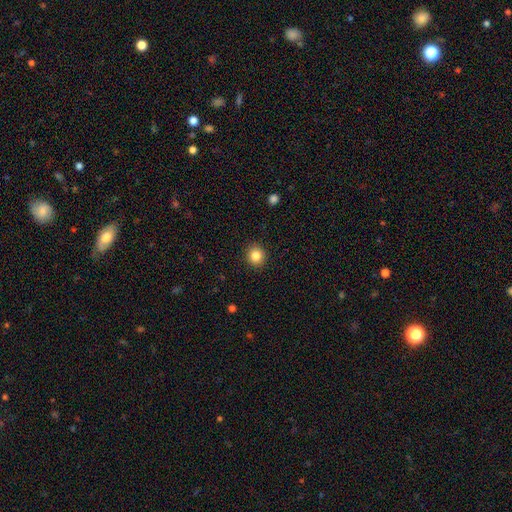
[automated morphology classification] The model was most divided on "smooth or featured": smooth: 84%, star or artifact: 11%, featured or disk: 5%. More confident: merging — none (92%); how rounded — round (90%).